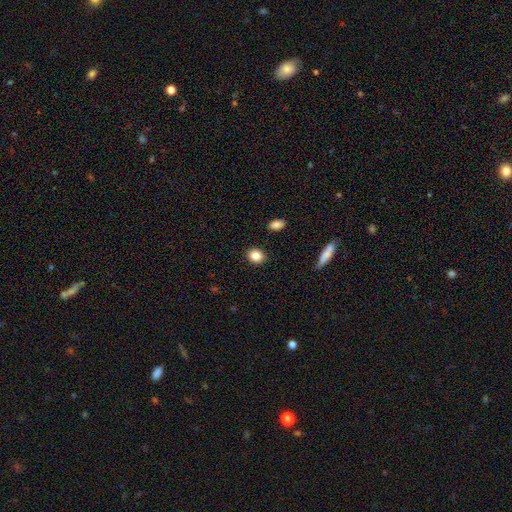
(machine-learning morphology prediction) A smooth galaxy with no disk features (85%) that is round (61%).

Vote fractions:
- Smooth or featured? smooth: 85% / star or artifact: 9% / featured or disk: 6%
- How rounded? round: 61% / in between: 38% / cigar-shaped: 1%
- Merging? none: 89% / minor disturbance: 7% / major disturbance: 2% / merger: 2%